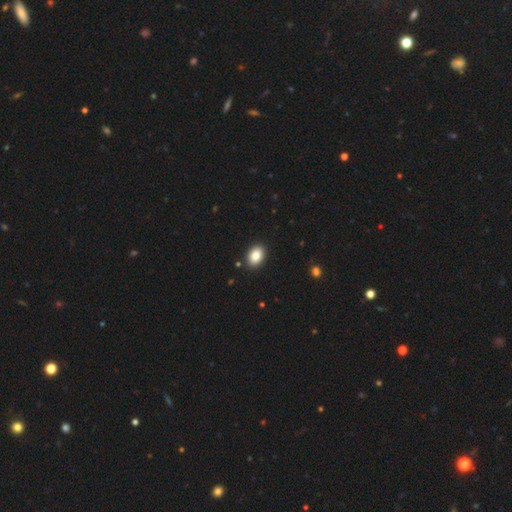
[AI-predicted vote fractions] smooth 85%, star or artifact 8%, featured or disk 7%. Down the decision tree: how rounded — in between (81%); merging — none (90%).